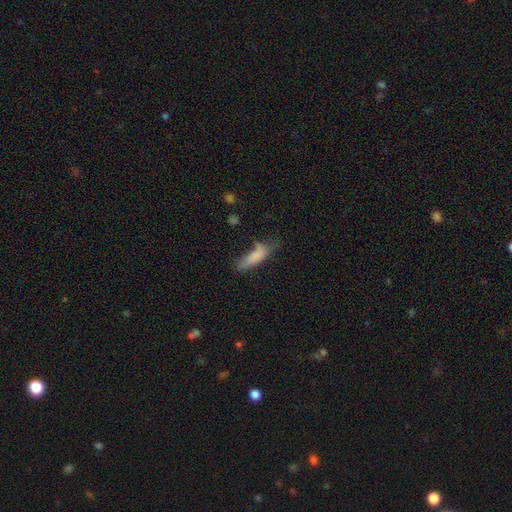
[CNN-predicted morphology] This is likely a smooth galaxy (77%). How rounded: possibly cigar-shaped (54%). Merging: marginally none (40%).